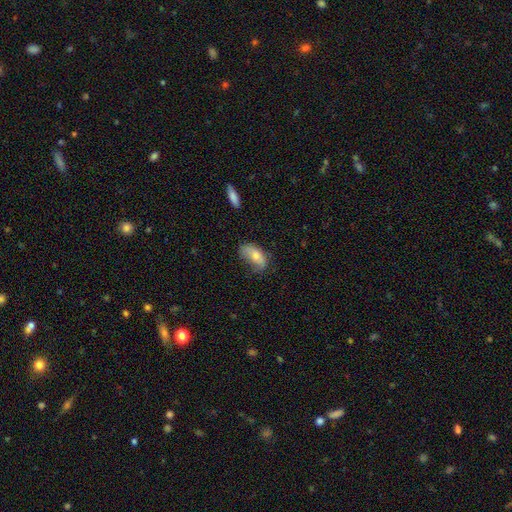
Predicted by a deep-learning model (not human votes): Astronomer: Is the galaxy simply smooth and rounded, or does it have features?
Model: smooth — 72%.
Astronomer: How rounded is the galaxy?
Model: in between — 91%.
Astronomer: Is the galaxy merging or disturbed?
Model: none — 44% (runner-up: minor disturbance, 37%).